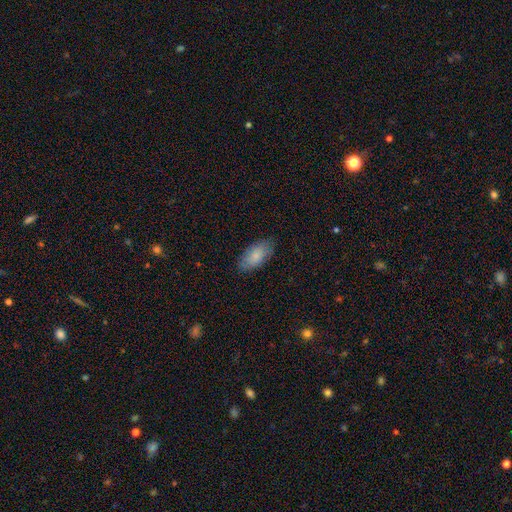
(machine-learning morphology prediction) The model was most divided on "merging": none: 80%, minor disturbance: 15%, major disturbance: 3%, merger: 1%. More confident: how rounded — in between (93%); smooth or featured — smooth (80%).